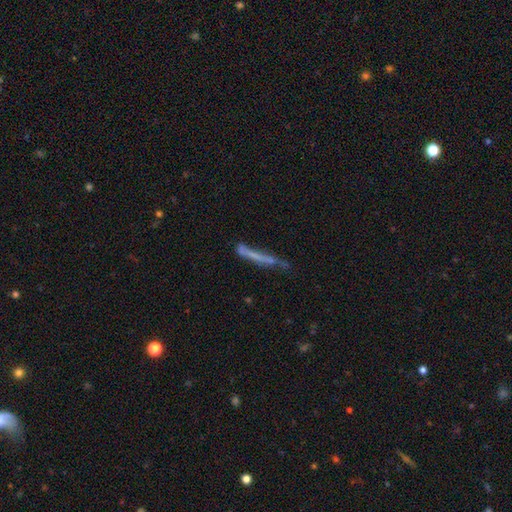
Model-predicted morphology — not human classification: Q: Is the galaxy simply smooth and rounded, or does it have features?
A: smooth — 47%.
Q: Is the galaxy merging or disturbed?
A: none — 50%.